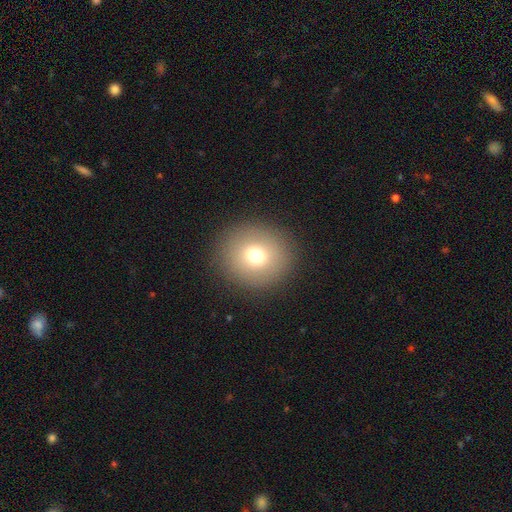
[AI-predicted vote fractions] A smooth galaxy with no disk features (71%) that is round (91%).

Vote fractions:
- Smooth or featured? smooth: 71% / star or artifact: 15% / featured or disk: 14%
- How rounded? round: 91% / in between: 8% / cigar-shaped: 1%
- Merging? none: 90% / minor disturbance: 6% / major disturbance: 3% / merger: 1%